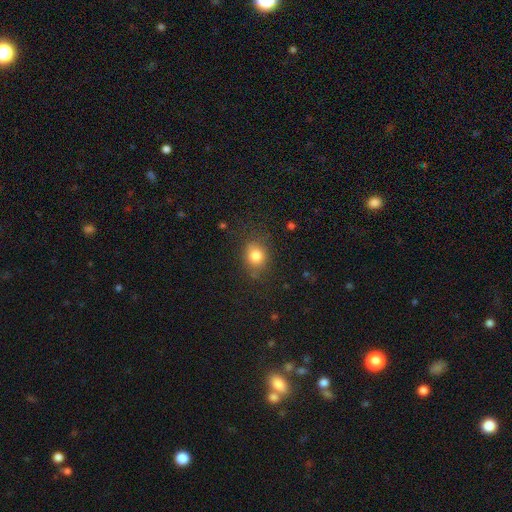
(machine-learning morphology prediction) smooth_or_featured: smooth (p=0.81) [alt: star or artifact p=0.11]
how_rounded: round (p=0.65) [alt: in between p=0.34]
merging: none (p=0.75) [alt: minor disturbance p=0.17]